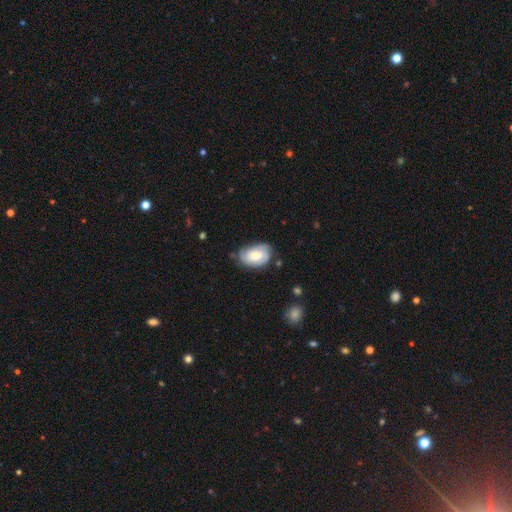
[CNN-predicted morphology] Overall: featured or disk (54%; smooth 39%). Edge-on disk: no (96%). Bar: no (67%; weak 27%). Spiral arms: yes (84%). Bulge size: moderate (57%; small 34%). Merging: none (62%; minor disturbance 28%).